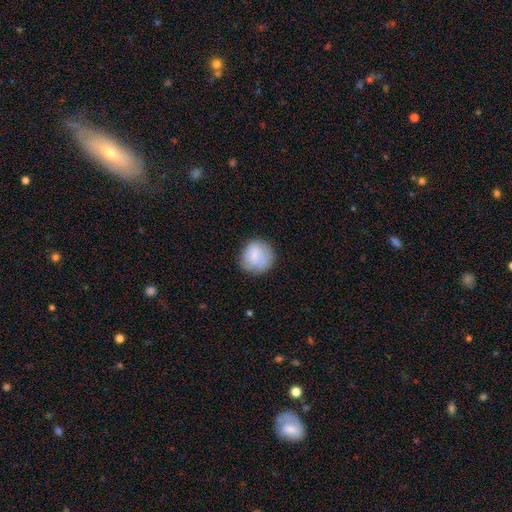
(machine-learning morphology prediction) Smooth or featured?
  - smooth: 80% *
  - featured or disk: 13%
  - star or artifact: 7%
How rounded?
  - round: 89% *
  - in between: 10%
  - cigar-shaped: 1%
Merging?
  - none: 76% *
  - minor disturbance: 17%
  - major disturbance: 5%
  - merger: 2%